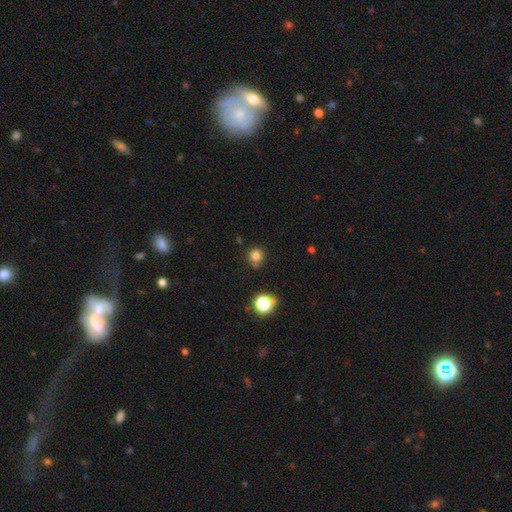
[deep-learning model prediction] A smooth galaxy with no disk features (80%) that is round (90%). Merging: none (75%).